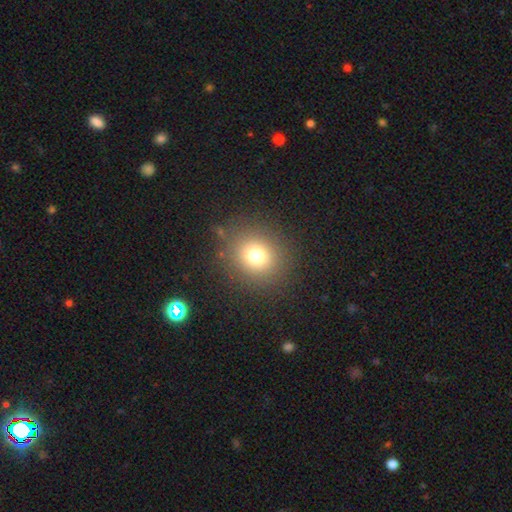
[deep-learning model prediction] Smooth or featured?
  - smooth: 73% *
  - star or artifact: 17%
  - featured or disk: 10%
How rounded?
  - round: 87% *
  - in between: 12%
  - cigar-shaped: 1%
Merging?
  - none: 86% *
  - minor disturbance: 8%
  - major disturbance: 4%
  - merger: 2%